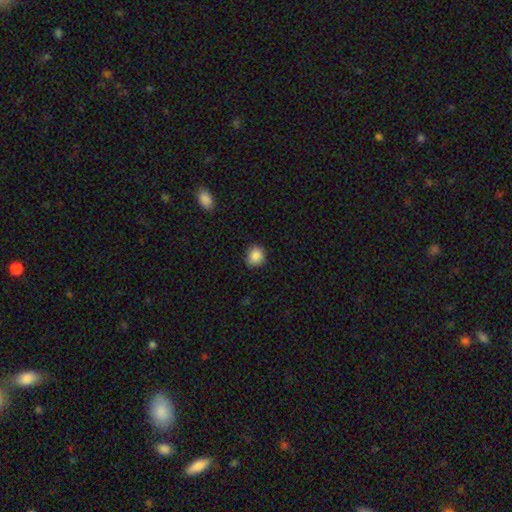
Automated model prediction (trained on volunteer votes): smooth_or_featured: smooth (p=0.87) [alt: star or artifact p=0.09]
how_rounded: round (p=0.83) [alt: in between p=0.16]
merging: none (p=0.85) [alt: minor disturbance p=0.12]